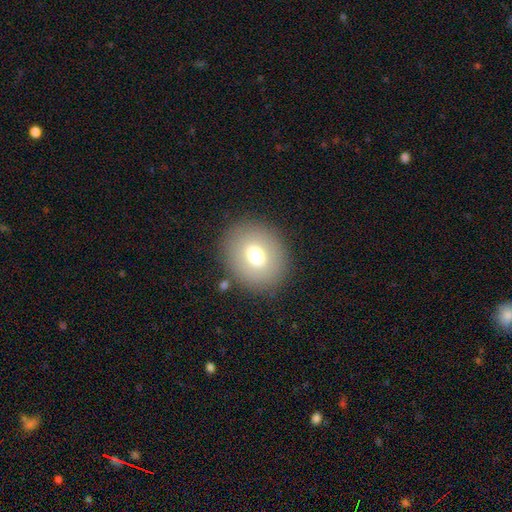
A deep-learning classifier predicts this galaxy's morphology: Smooth or featured? Predicted: smooth (p=0.70). How rounded? Predicted: round (p=0.68). Merging? Predicted: none (p=0.86).